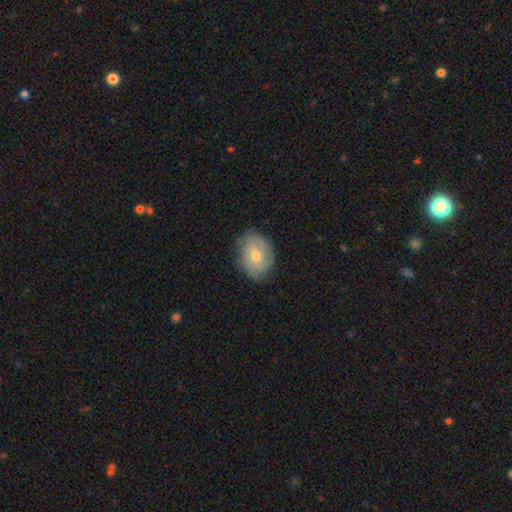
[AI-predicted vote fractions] The model was most divided on "bulge size": small: 54%, moderate: 43%, large: 1%, none: 1%, dominant: 1%. More confident: edge-on disk — no (96%); spiral arms — yes (83%); merging — none (78%); bar — no (60%); smooth or featured — featured or disk (60%).